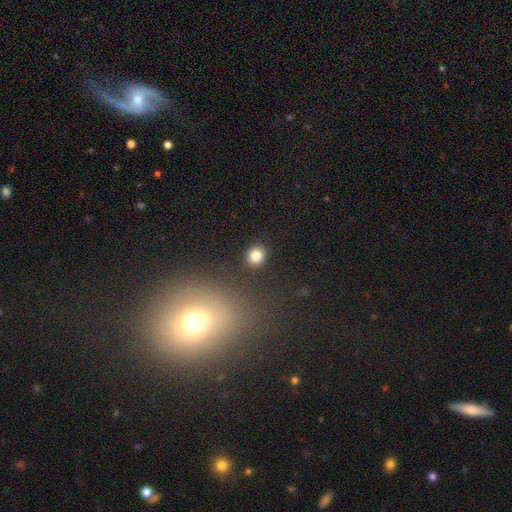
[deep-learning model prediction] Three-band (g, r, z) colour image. It shows a smooth galaxy with no disk features (83%) that is round (76%). Merging: none (90%).